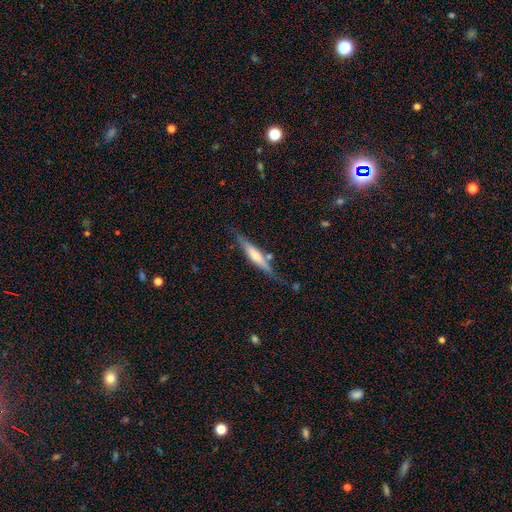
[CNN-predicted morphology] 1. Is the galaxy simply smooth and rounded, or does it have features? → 50% featured or disk, 44% smooth, 6% star or artifact.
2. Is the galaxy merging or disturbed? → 69% none, 19% minor disturbance, 7% merger, 5% major disturbance.